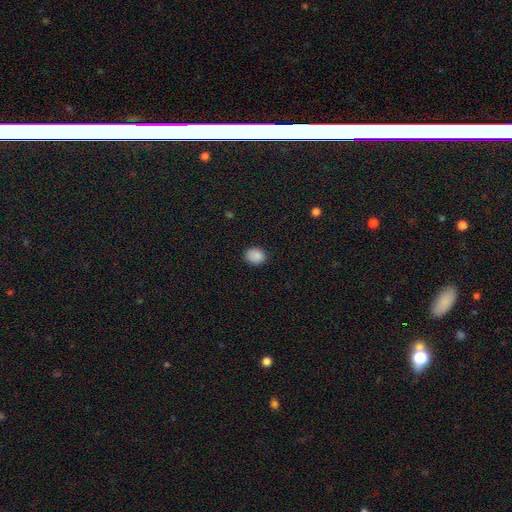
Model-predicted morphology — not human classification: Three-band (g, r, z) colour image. It shows a smooth galaxy with no disk features (88%) that is round (57%). Merging: none (86%).